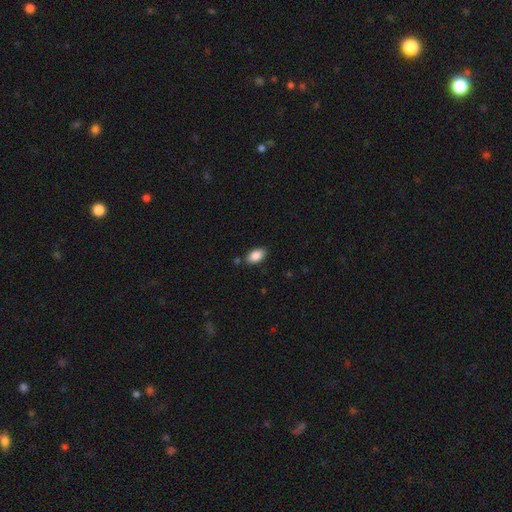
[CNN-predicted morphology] Overall: smooth (88%). How rounded: in between (93%). Merging: none (81%).